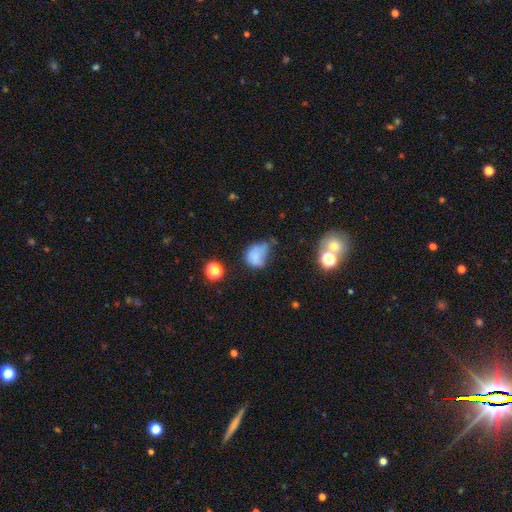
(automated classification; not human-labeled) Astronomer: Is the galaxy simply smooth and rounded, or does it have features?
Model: smooth — 71%.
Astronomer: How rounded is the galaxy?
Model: in between — 56% (runner-up: round, 43%).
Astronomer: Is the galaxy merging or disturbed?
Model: minor disturbance — 39% (runner-up: major disturbance, 29%).